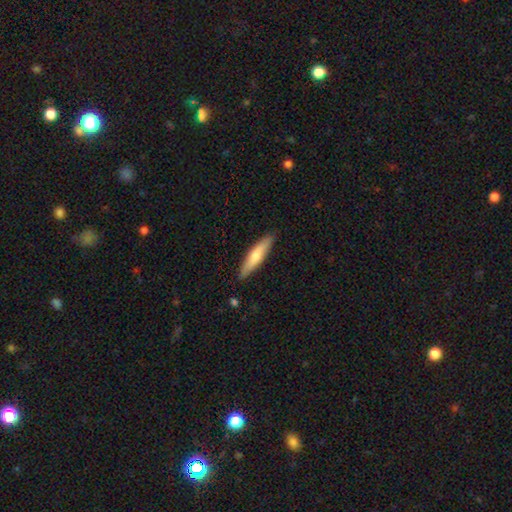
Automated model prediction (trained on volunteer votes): Smooth or featured: smooth — 66% (featured or disk — 29%)
How rounded: cigar-shaped — 82% (in between — 17%)
Merging: none — 88% (minor disturbance — 9%)